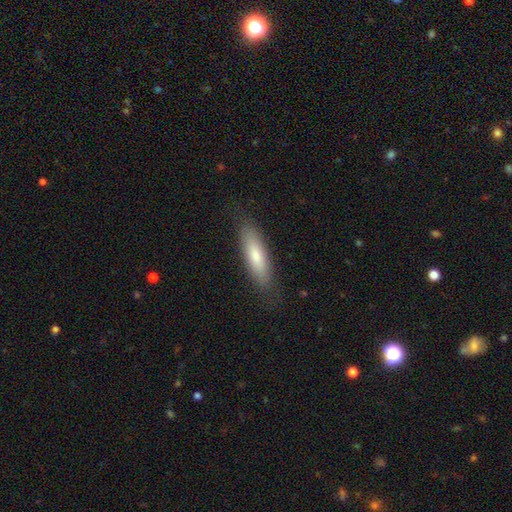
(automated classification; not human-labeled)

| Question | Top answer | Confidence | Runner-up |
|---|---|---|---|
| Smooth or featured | smooth | 74% | featured or disk (20%) |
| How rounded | cigar-shaped | 59% | in between (39%) |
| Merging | none | 83% | minor disturbance (13%) |